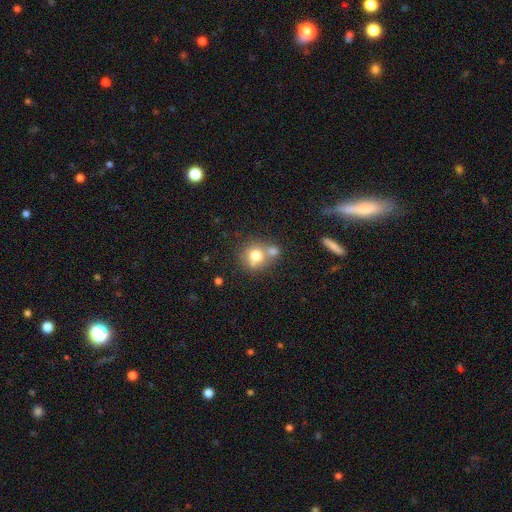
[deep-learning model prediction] The model was most divided on "merging": none: 46%, merger: 40%, minor disturbance: 10%, major disturbance: 4%. More confident: how rounded — round (84%); smooth or featured — smooth (72%).